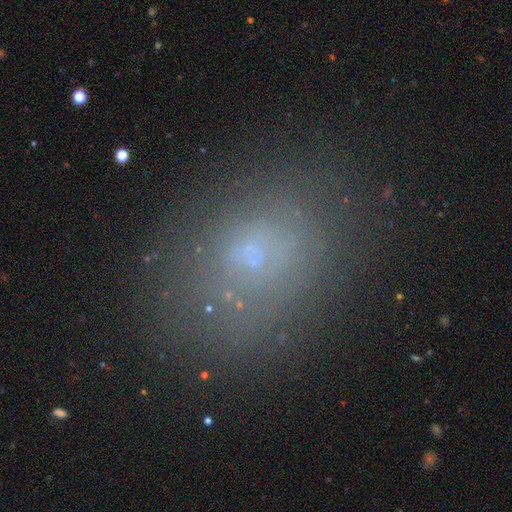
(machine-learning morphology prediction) Overall: smooth (55%; featured or disk 27%). How rounded: in between (66%; round 33%). Merging: none (74%).